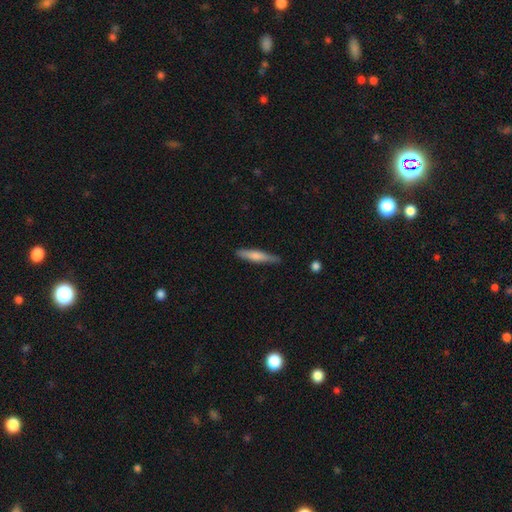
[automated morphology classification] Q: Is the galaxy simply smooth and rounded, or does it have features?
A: smooth — 66%.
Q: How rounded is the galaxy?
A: cigar-shaped — 90%.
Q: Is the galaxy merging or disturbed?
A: none — 82%.